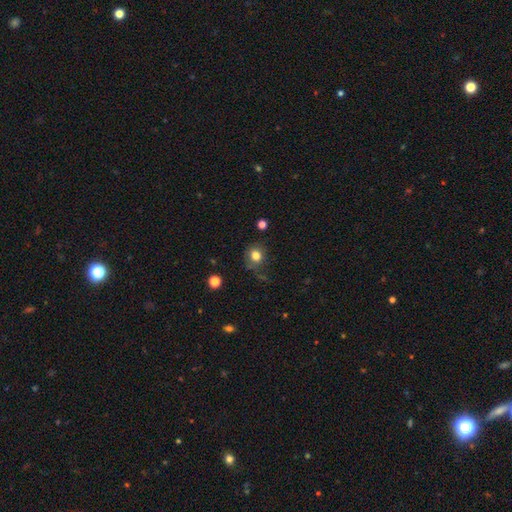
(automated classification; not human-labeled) Smooth or featured? Predicted: smooth (p=0.80). How rounded? Predicted: round (p=0.74). Merging? Predicted: none (p=0.68).